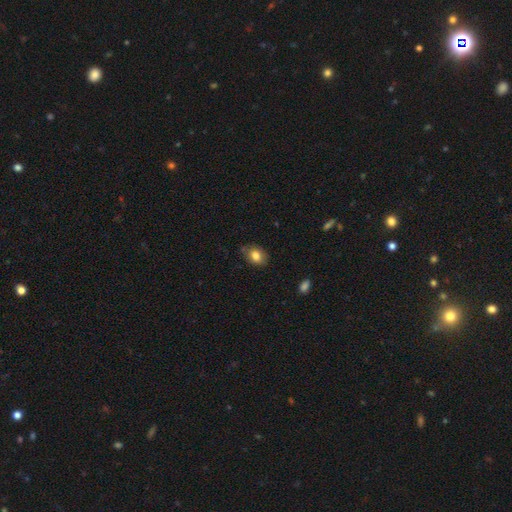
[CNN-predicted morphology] smooth-or-featured: smooth: 82% | featured or disk: 9% | star or artifact: 9%
  how-rounded: in between: 67% | round: 32% | cigar-shaped: 1%
  merging: none: 78% | minor disturbance: 16% | major disturbance: 3% | merger: 2%